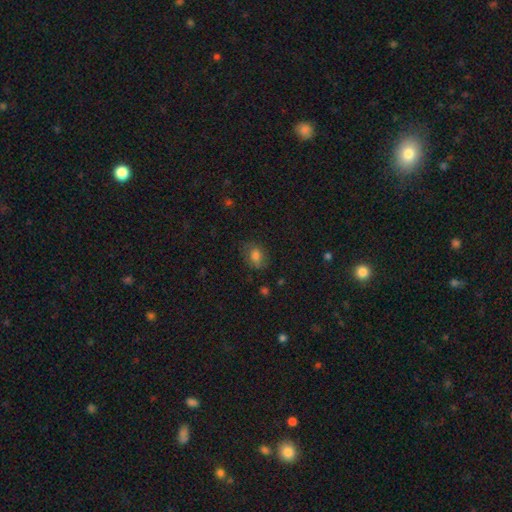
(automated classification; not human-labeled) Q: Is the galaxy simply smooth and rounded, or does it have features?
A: smooth — 74%.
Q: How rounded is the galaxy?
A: in between — 64%.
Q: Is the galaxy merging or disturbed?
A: none — 71%.